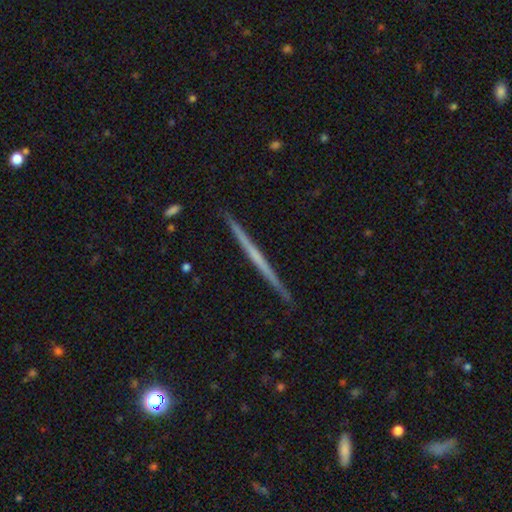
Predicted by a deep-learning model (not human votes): This appears to be a featured or disk galaxy (64%) viewed edge-on (98%) with no central bulge (87%). Merging: none (93%).